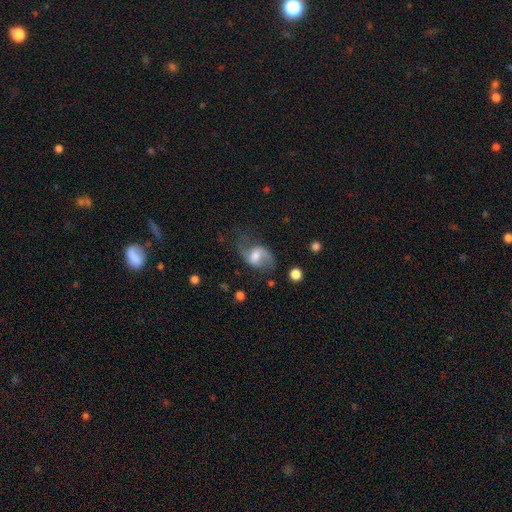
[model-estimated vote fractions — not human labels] Q: Smooth or featured?
A: featured or disk (73%); runner-up: smooth (20%)
Q: Edge-on disk?
A: no (96%); runner-up: yes (4%)
Q: Bar?
A: weak (52%); runner-up: no (24%)
Q: Spiral arms?
A: yes (91%); runner-up: no (9%)
Q: Spiral winding?
A: loose (69%); runner-up: medium (25%)
Q: Spiral arm count?
A: 2 (87%); runner-up: 1 (6%)
Q: Bulge size?
A: moderate (54%); runner-up: small (23%)
Q: Merging?
A: none (58%); runner-up: minor disturbance (22%)